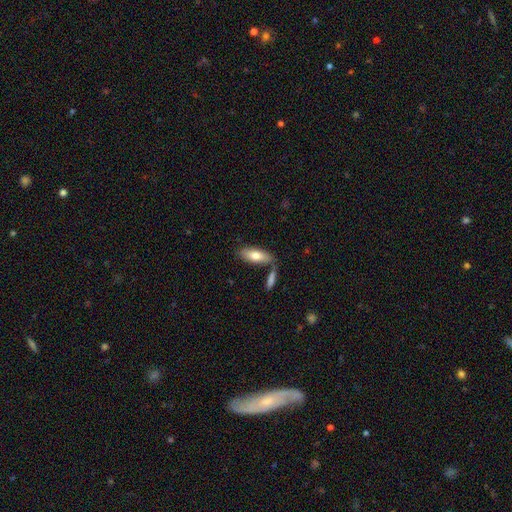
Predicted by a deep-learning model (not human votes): Overall: smooth (74%). How rounded: in between (73%). Merging: none (68%).